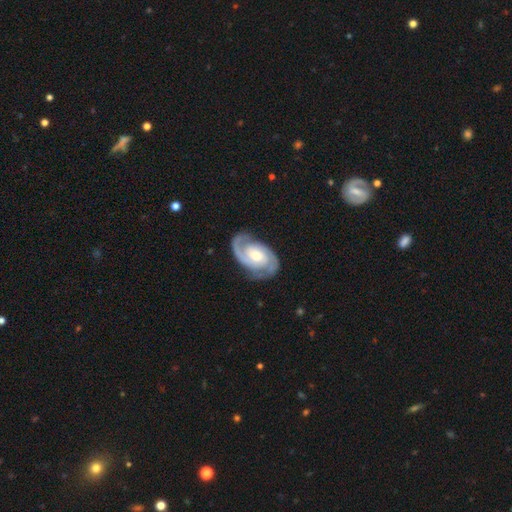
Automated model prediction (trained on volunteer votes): The model was most divided on "spiral winding": tight: 50%, medium: 42%, loose: 8%. More confident: spiral arms — yes (98%); edge-on disk — no (97%); spiral arm count — 2 (91%); smooth or featured — featured or disk (90%); merging — none (80%); bulge size — moderate (61%); bar — no (55%).